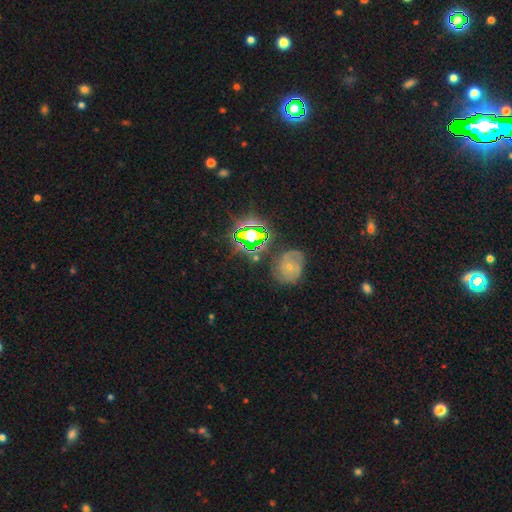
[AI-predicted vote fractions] This is possibly a star or artifact rather than a galaxy (56%).